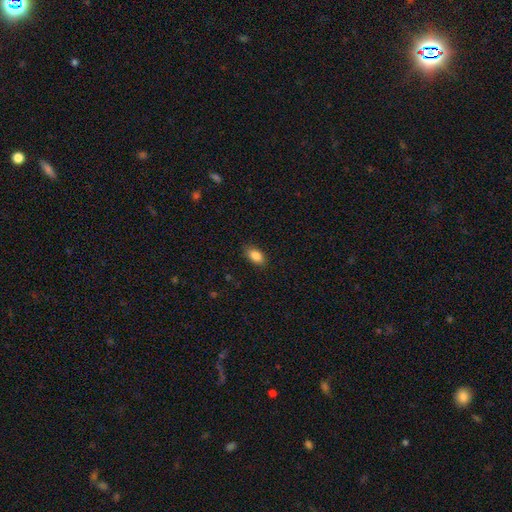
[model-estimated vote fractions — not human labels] smooth 87%, star or artifact 8%, featured or disk 5%. Down the decision tree: how rounded — in between (90%); merging — none (86%).